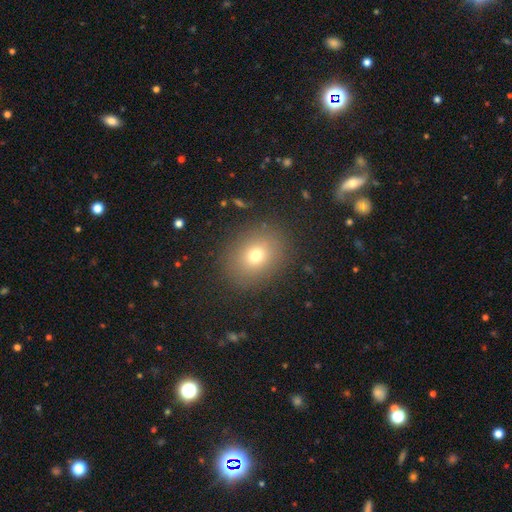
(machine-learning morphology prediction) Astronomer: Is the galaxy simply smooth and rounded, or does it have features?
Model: smooth — 72%.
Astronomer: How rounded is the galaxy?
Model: round — 60% (runner-up: in between, 39%).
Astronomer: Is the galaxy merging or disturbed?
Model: none — 86%.